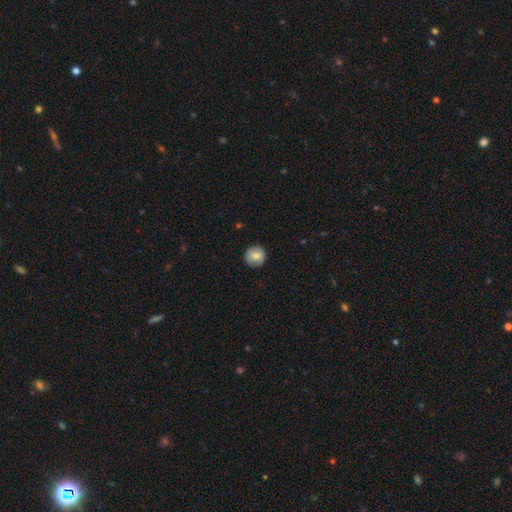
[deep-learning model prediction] The model was most divided on "smooth or featured": smooth: 76%, featured or disk: 16%, star or artifact: 8%. More confident: how rounded — round (93%); merging — none (88%).